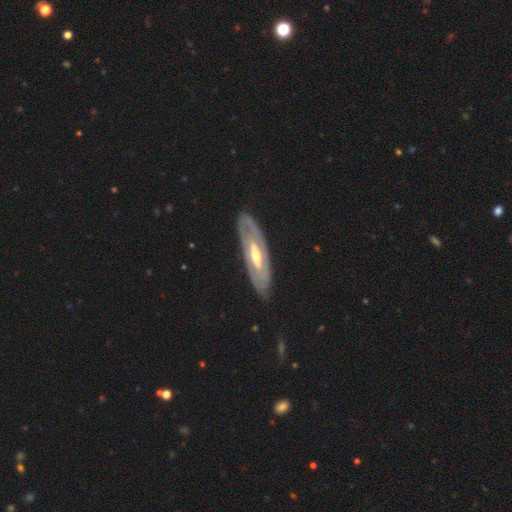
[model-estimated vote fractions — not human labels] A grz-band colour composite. It shows a featured or disk galaxy (79%) with a weak bar (41%), spiral arms (61%) and a moderate central bulge (61%). Merging: none (82%).